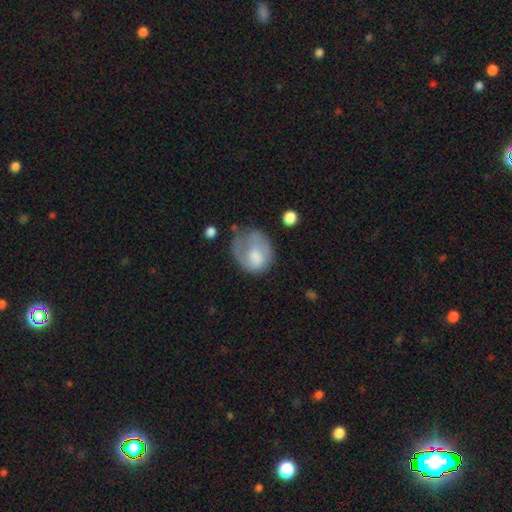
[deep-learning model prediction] Smooth or featured? smooth (58%)
How rounded? round (51%)
Merging? major disturbance (36%)